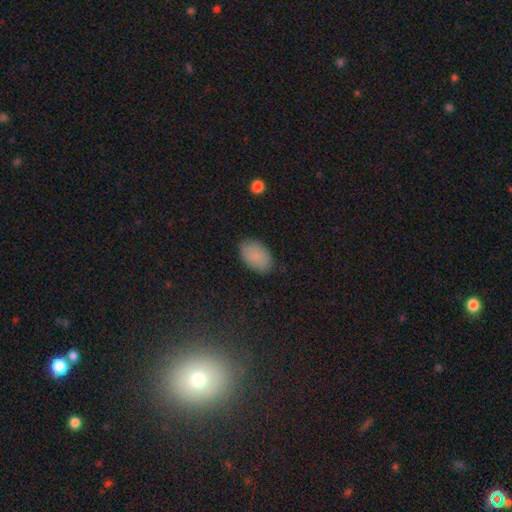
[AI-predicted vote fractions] Smooth or featured? Predicted: smooth (p=0.85). How rounded? Predicted: in between (p=0.91). Merging? Predicted: none (p=0.84).